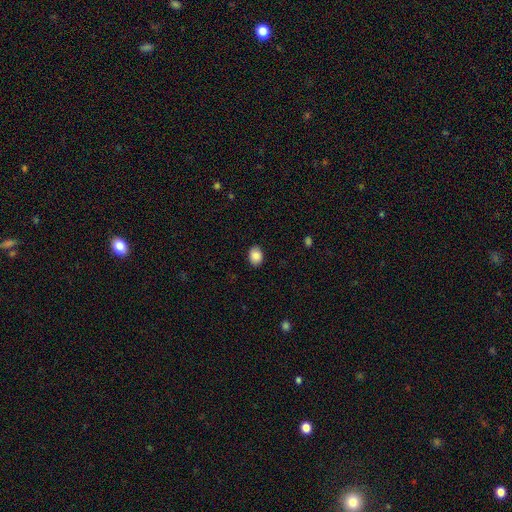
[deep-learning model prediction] This appears to be a smooth galaxy with no disk features (88%) that is in between round and cigar-shaped (67%). Merging: none (88%).